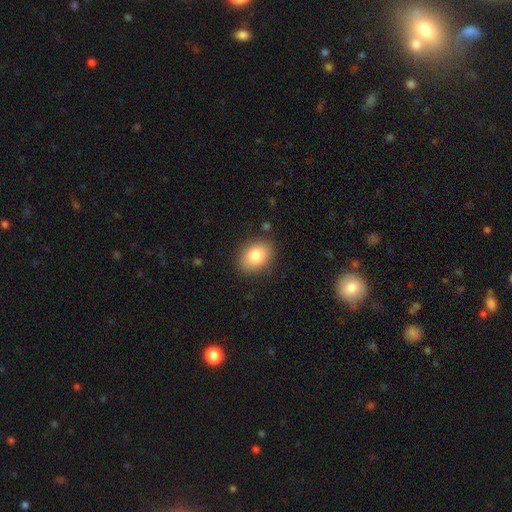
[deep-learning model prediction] The model was most divided on "how rounded": in between: 72%, round: 27%, cigar-shaped: 1%. More confident: merging — none (86%); smooth or featured — smooth (82%).